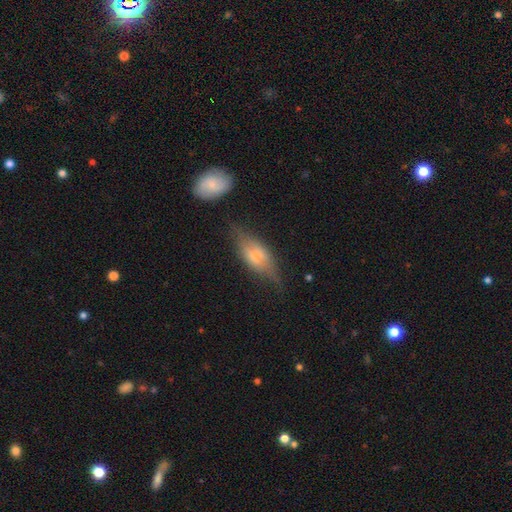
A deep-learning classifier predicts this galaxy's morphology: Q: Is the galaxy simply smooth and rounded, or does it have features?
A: featured or disk — 55%.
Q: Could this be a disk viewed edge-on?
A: yes — 81%.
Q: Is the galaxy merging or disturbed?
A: none — 62%.